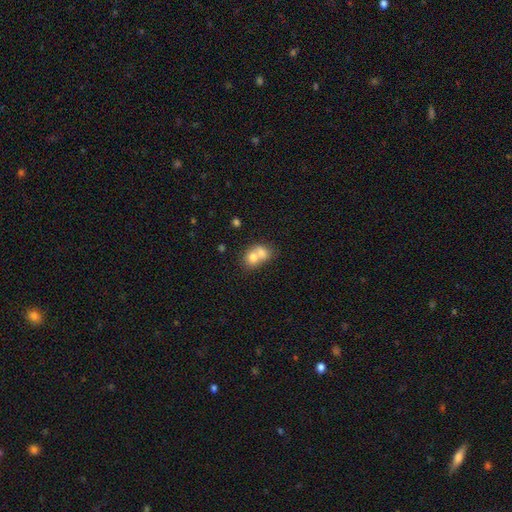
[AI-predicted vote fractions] A smooth galaxy with no disk features (71%) that is round (53%). Merging: merger (72%).